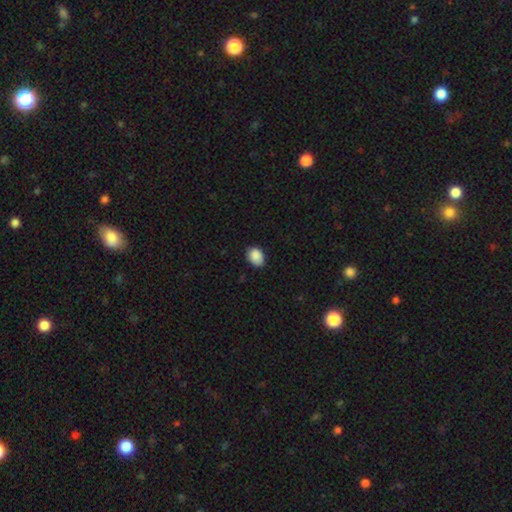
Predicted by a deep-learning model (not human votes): Morphology: type=smooth (89%); roundness=in between (71%); merging=none (80%).